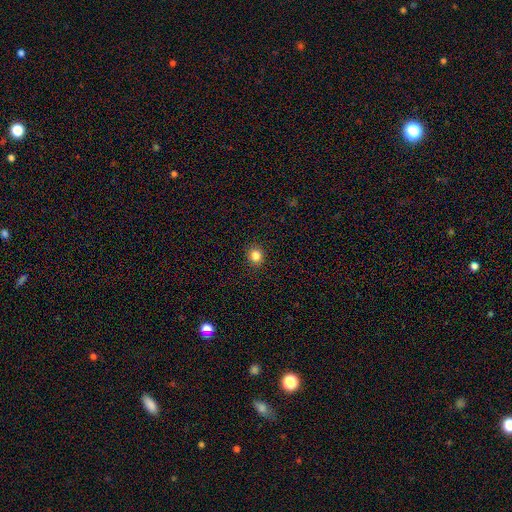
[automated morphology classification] Smooth or featured?
  - smooth: 83% *
  - star or artifact: 12%
  - featured or disk: 5%
How rounded?
  - round: 82% *
  - in between: 18%
  - cigar-shaped: 1%
Merging?
  - none: 92% *
  - minor disturbance: 6%
  - major disturbance: 2%
  - merger: 1%